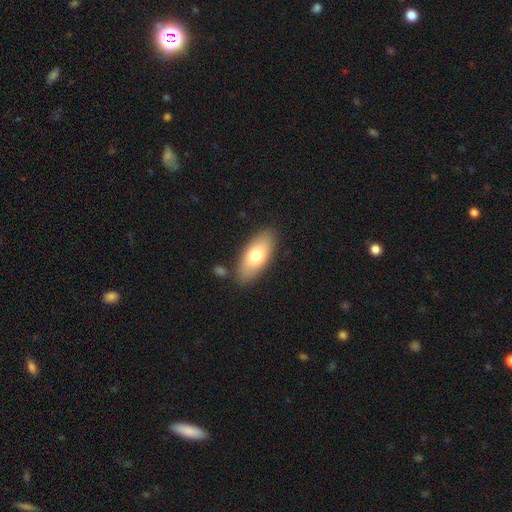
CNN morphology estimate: A smooth galaxy with no disk features (72%) that is in between round and cigar-shaped (85%). Merging: none (82%).